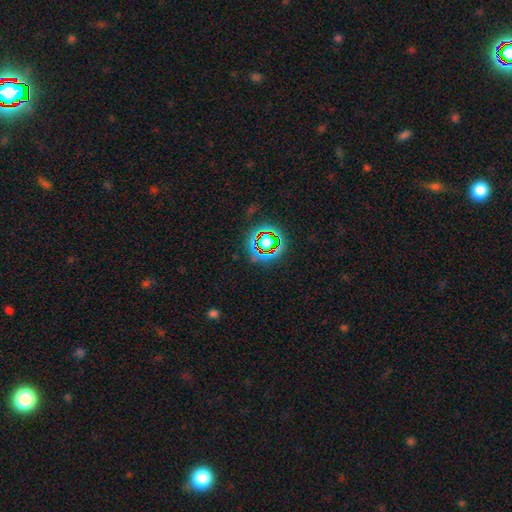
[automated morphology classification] Smooth or featured: star or artifact — 64% (smooth — 22%)